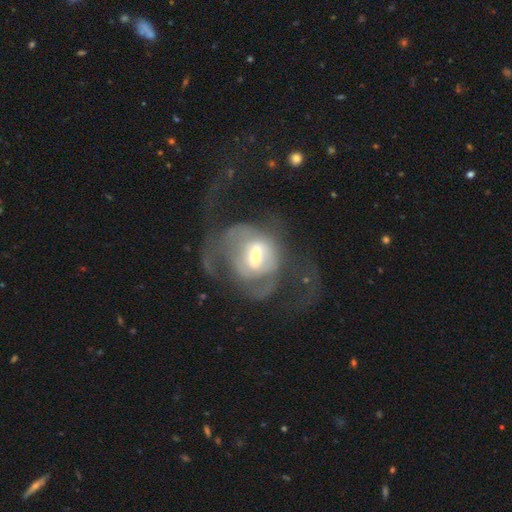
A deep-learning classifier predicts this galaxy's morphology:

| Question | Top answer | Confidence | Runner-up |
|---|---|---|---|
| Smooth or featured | featured or disk | 70% | smooth (22%) |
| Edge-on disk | no | 96% | yes (4%) |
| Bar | weak | 44% | no (35%) |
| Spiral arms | yes | 60% | no (40%) |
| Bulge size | moderate | 58% | small (27%) |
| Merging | major disturbance | 59% | none (24%) |